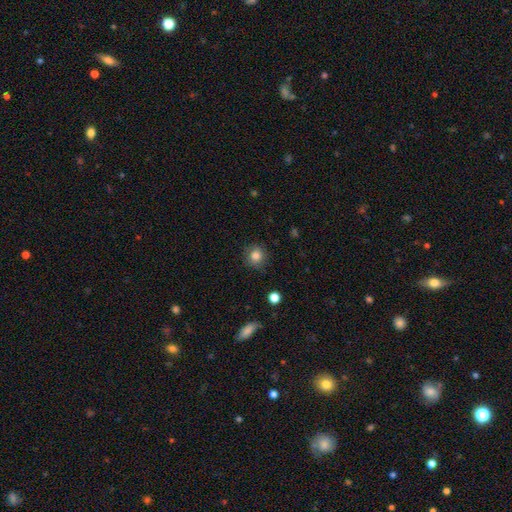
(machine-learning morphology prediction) type=smooth (83%); roundness=round (89%); merging=none (85%).